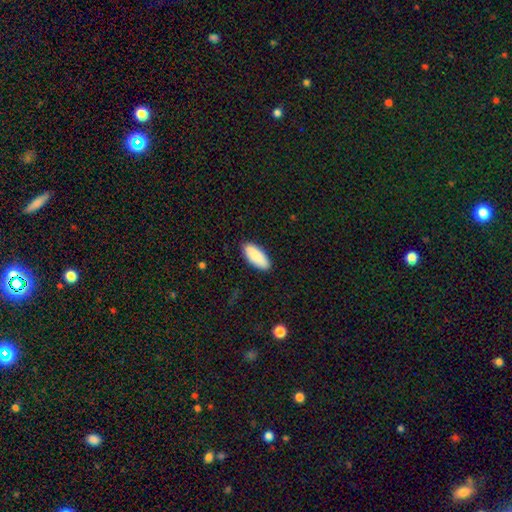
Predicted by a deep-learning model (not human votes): This is clearly a smooth galaxy (89%). How rounded: clearly in between (84%). Merging: clearly none (89%).